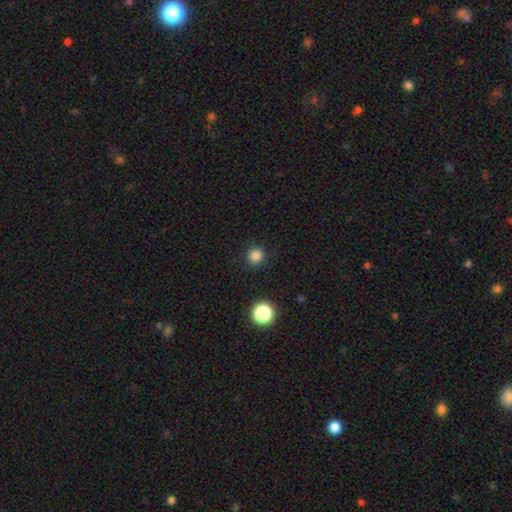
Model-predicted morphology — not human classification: type=smooth (83%); roundness=round (92%); merging=none (89%).